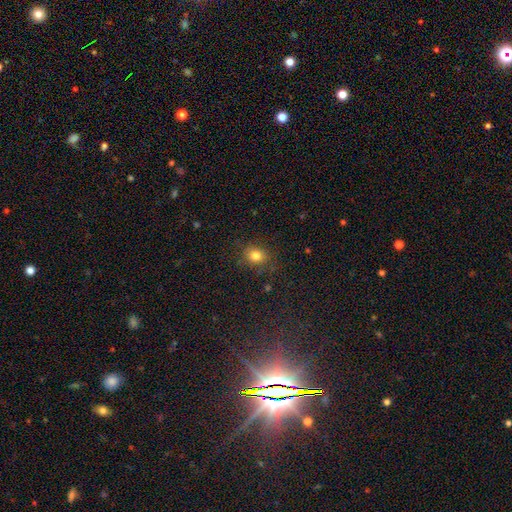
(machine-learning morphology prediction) A smooth galaxy with no disk features (81%) that is round (58%). Merging: none (83%).